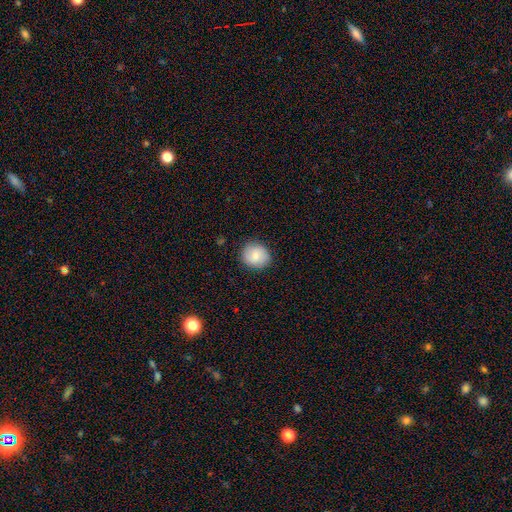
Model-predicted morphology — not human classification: Q: Smooth or featured?
A: smooth (79%); runner-up: featured or disk (13%)
Q: How rounded?
A: round (85%); runner-up: in between (15%)
Q: Merging?
A: none (87%); runner-up: minor disturbance (10%)